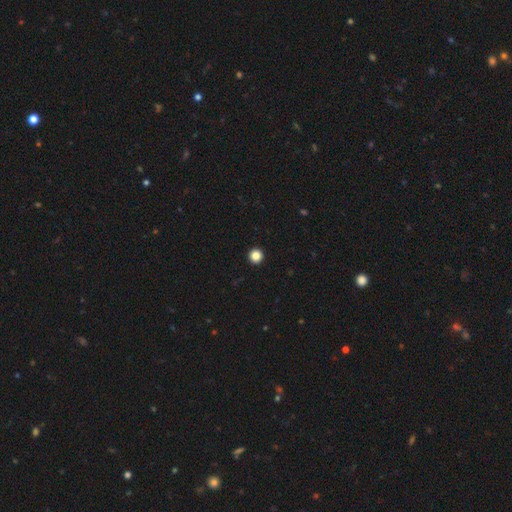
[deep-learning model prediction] Smooth or featured? Predicted: smooth (p=0.86). How rounded? Predicted: round (p=0.96). Merging? Predicted: none (p=0.95).